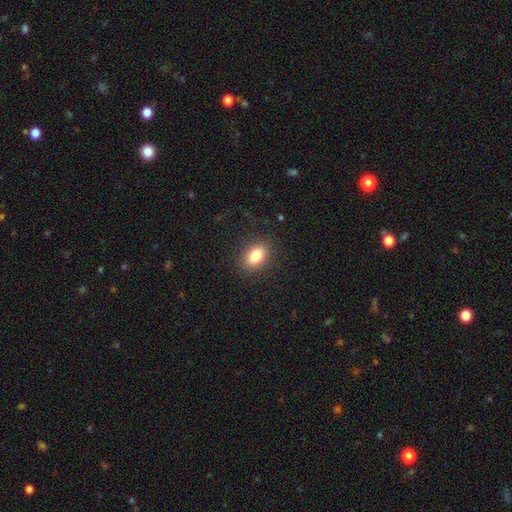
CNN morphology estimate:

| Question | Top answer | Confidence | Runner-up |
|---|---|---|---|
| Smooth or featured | smooth | 84% | star or artifact (9%) |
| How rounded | in between | 81% | round (17%) |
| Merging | none | 88% | minor disturbance (8%) |